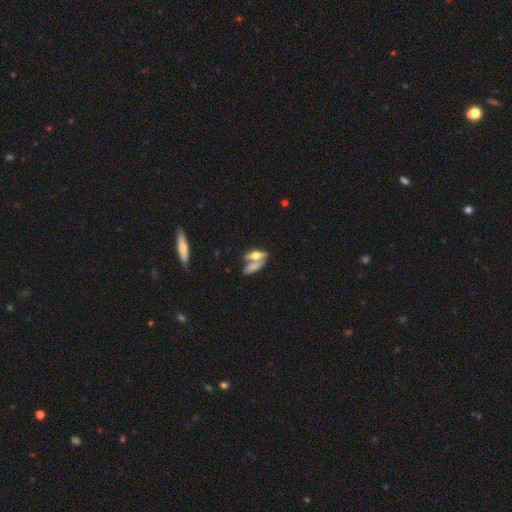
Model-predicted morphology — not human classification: This is possibly a smooth galaxy (53%). How rounded: likely in between (68%). Merging: possibly merger (49%).